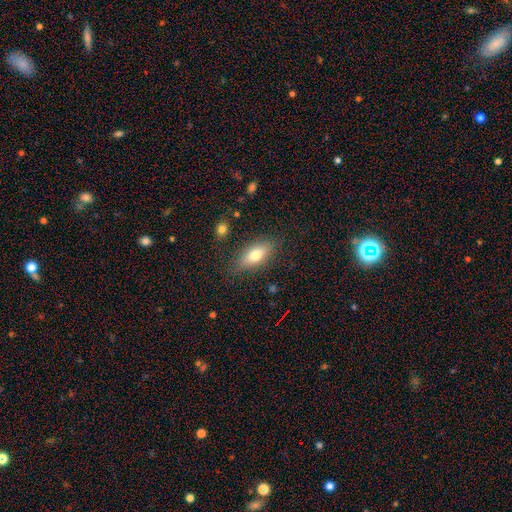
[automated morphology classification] Overall: smooth (71%). How rounded: in between (78%). Merging: none (81%).